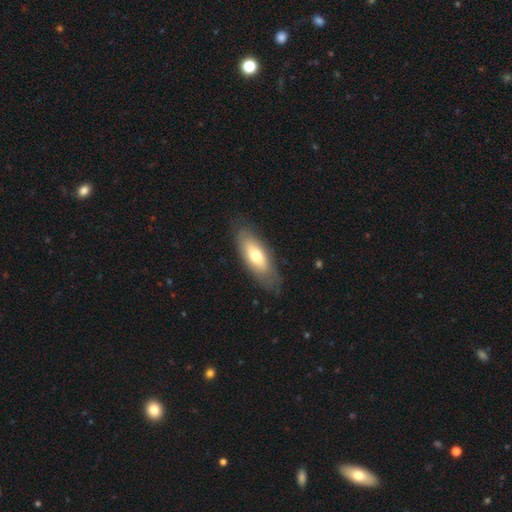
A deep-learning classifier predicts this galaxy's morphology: smooth 64%, featured or disk 30%, star or artifact 6%. Down the decision tree: how rounded — in between (75%); merging — none (78%).